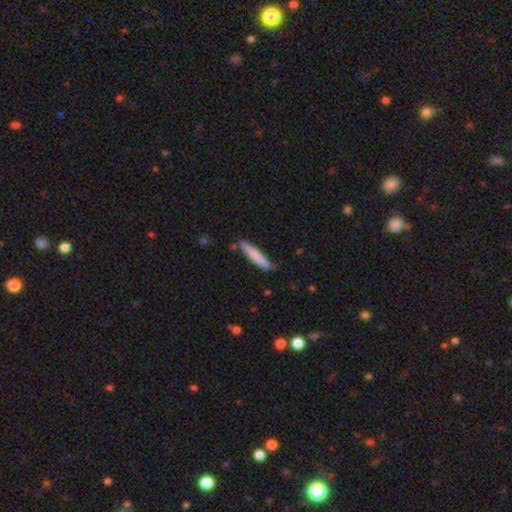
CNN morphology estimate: Smooth or featured?
  - smooth: 78% *
  - featured or disk: 17%
  - star or artifact: 5%
How rounded?
  - cigar-shaped: 92% *
  - in between: 7%
  - round: 1%
Merging?
  - none: 77% *
  - minor disturbance: 18%
  - major disturbance: 3%
  - merger: 3%